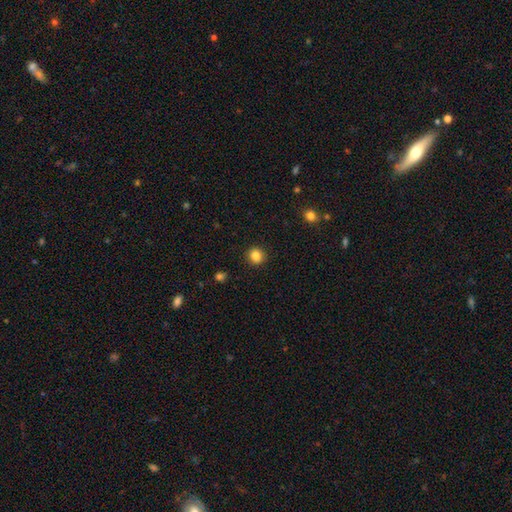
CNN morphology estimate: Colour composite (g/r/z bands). It shows a smooth galaxy with no disk features (85%) that is round (84%). Merging: none (90%).